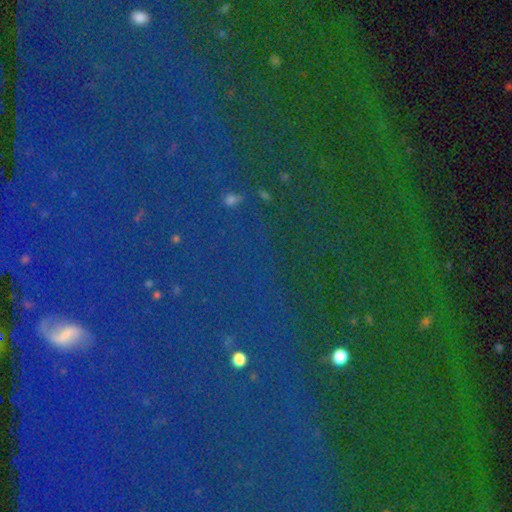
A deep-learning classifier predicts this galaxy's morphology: A star or artifact, not a galaxy (79%).